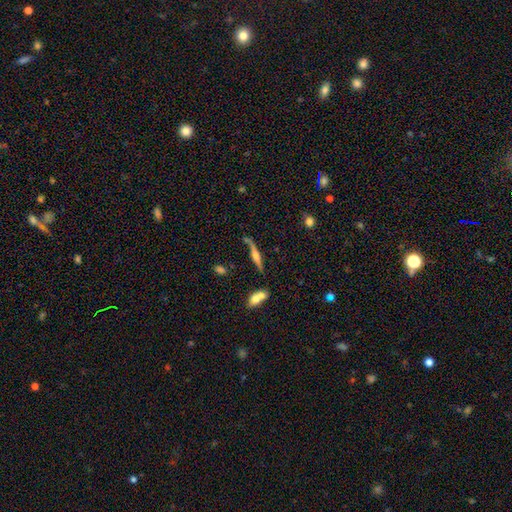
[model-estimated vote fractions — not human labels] A featured or disk galaxy (67%) viewed edge-on (92%) with a rounded central bulge (83%). Merging: none (60%).